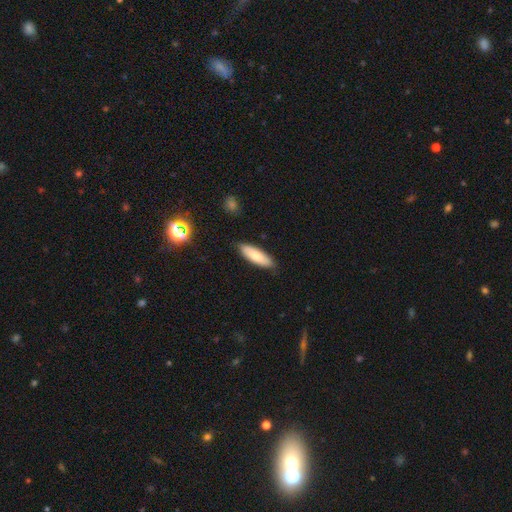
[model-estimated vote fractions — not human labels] Smooth or featured?
  - smooth: 80% *
  - featured or disk: 13%
  - star or artifact: 6%
How rounded?
  - in between: 53% *
  - cigar-shaped: 46%
  - round: 2%
Merging?
  - none: 84% *
  - minor disturbance: 12%
  - major disturbance: 2%
  - merger: 1%